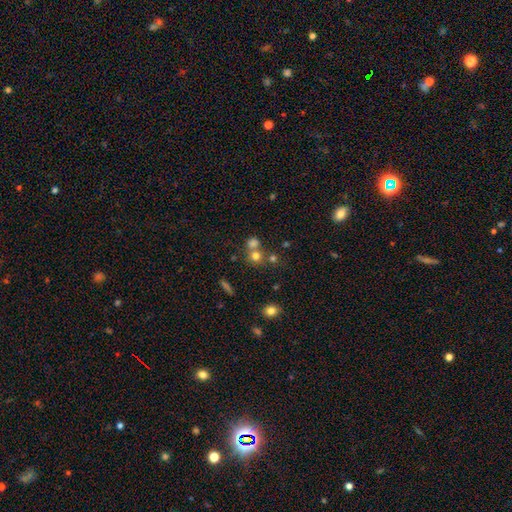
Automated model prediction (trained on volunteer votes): Smooth or featured? Predicted: smooth (p=0.72). How rounded? Predicted: round (p=0.86). Merging? Predicted: none (p=0.50).